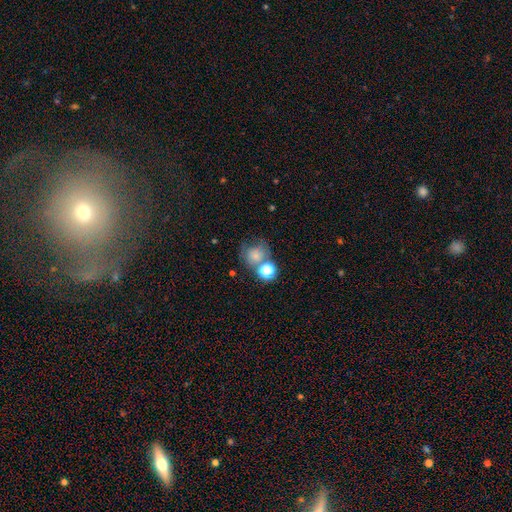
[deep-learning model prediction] Smooth or featured? Predicted: smooth (p=0.65). How rounded? Predicted: round (p=0.77). Merging? Predicted: none (p=0.42).